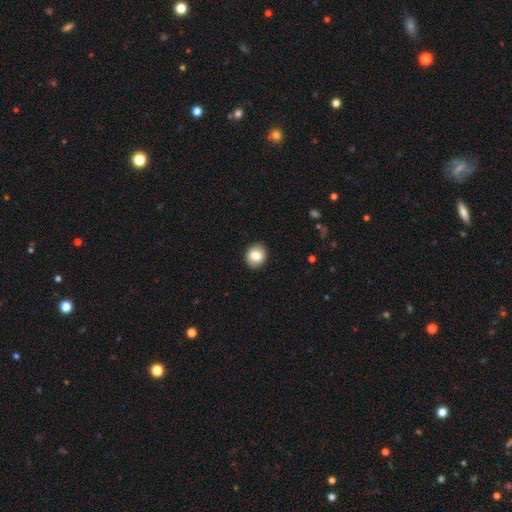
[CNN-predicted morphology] A smooth galaxy with no disk features (80%) that is round (69%).

Vote fractions:
- Smooth or featured? smooth: 80% / featured or disk: 12% / star or artifact: 8%
- How rounded? round: 69% / in between: 30% / cigar-shaped: 1%
- Merging? none: 90% / minor disturbance: 8% / major disturbance: 2% / merger: 1%